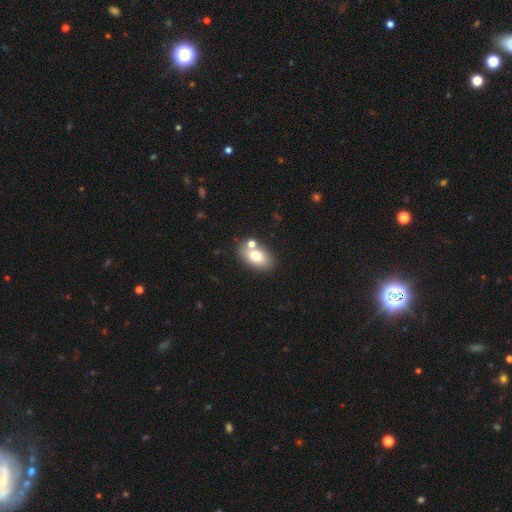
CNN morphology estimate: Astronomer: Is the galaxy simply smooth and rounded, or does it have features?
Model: smooth — 74%.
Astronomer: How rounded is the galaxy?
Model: in between — 87%.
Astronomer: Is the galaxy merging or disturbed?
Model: none — 65%.